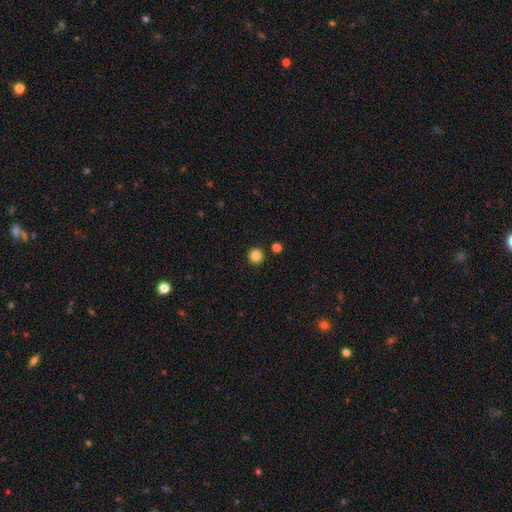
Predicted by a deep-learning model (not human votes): A smooth galaxy with no disk features (85%) that is round (95%). Merging: none (91%).